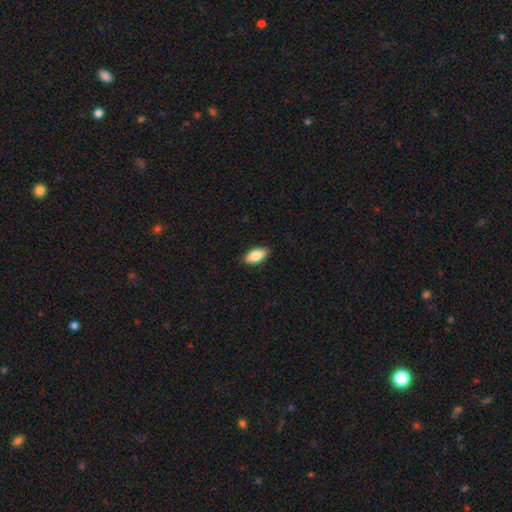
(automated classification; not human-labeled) Morphology: type=smooth (82%); roundness=in between (90%); merging=none (88%).